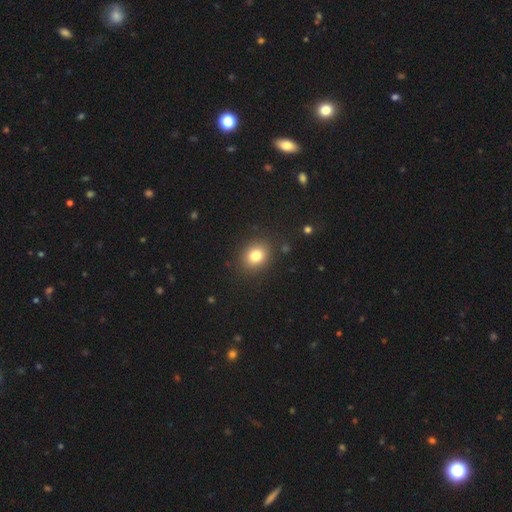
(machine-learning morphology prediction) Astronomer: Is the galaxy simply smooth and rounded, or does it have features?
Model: smooth — 80%.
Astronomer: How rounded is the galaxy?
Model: round — 59% (runner-up: in between, 40%).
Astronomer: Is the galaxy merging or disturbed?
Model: none — 88%.